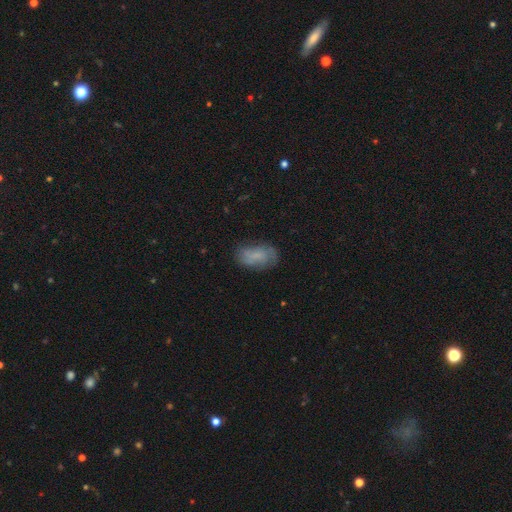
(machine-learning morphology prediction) A smooth galaxy with no disk features (61%) that is in between round and cigar-shaped (91%). Merging: none (65%).